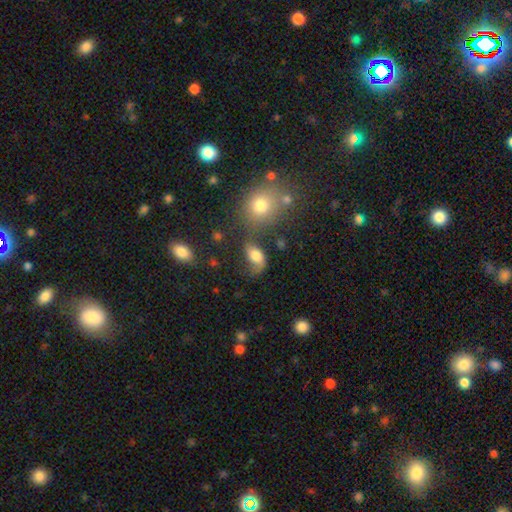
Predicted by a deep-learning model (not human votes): A smooth galaxy with no disk features (61%) that is in between round and cigar-shaped (82%). Merging: none (40%).